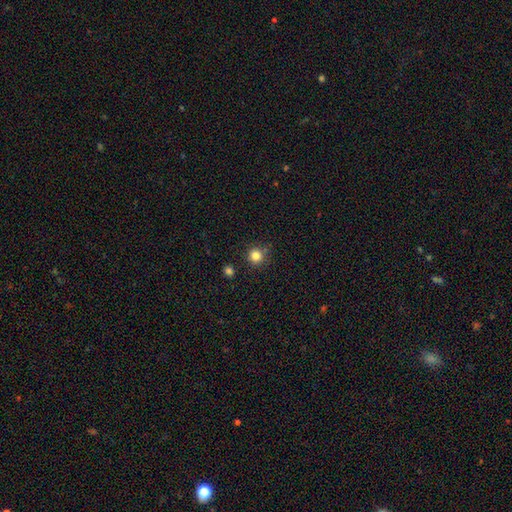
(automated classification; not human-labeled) smooth_or_featured: smooth (p=0.83) [alt: star or artifact p=0.12]
how_rounded: round (p=0.94) [alt: in between p=0.05]
merging: none (p=0.83) [alt: minor disturbance p=0.10]